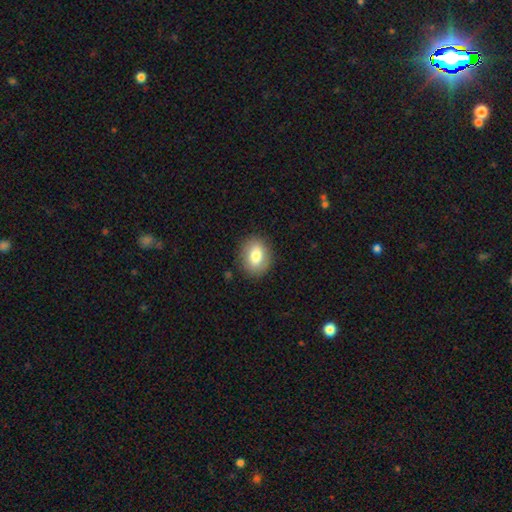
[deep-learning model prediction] A smooth galaxy with no disk features (78%) that is in between round and cigar-shaped (56%).

Vote fractions:
- Smooth or featured? smooth: 78% / featured or disk: 14% / star or artifact: 8%
- How rounded? in between: 56% / round: 43% / cigar-shaped: 1%
- Merging? none: 86% / minor disturbance: 10% / major disturbance: 3% / merger: 1%